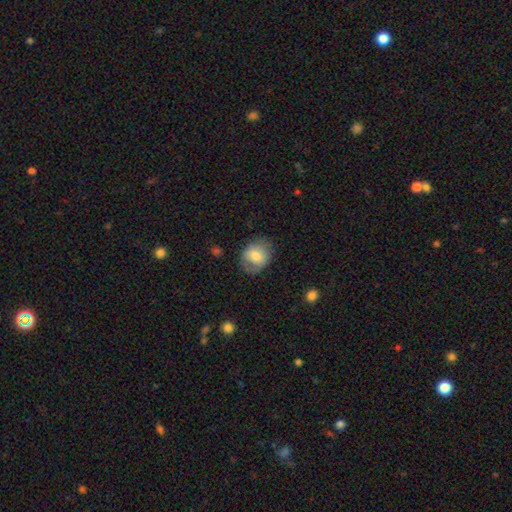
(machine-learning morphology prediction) The model was most divided on "how rounded": in between: 51%, round: 48%, cigar-shaped: 1%. More confident: smooth or featured — smooth (72%); merging — none (70%).